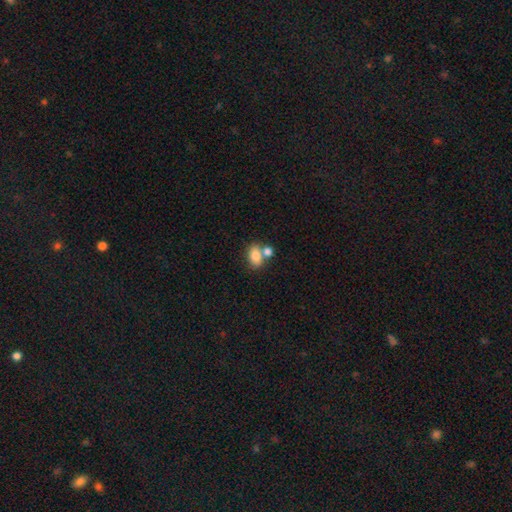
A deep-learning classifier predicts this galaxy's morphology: A smooth galaxy with no disk features (81%) that is in between round and cigar-shaped (78%).

Vote fractions:
- Smooth or featured? smooth: 81% / featured or disk: 11% / star or artifact: 8%
- How rounded? in between: 78% / round: 20% / cigar-shaped: 2%
- Merging? none: 45% / merger: 40% / minor disturbance: 11% / major disturbance: 4%